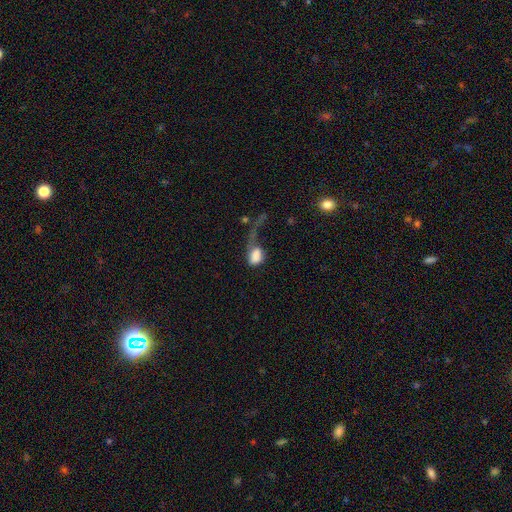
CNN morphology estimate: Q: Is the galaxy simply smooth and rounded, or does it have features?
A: smooth — 73%.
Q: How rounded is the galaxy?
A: in between — 80%.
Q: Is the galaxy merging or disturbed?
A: major disturbance — 65%.